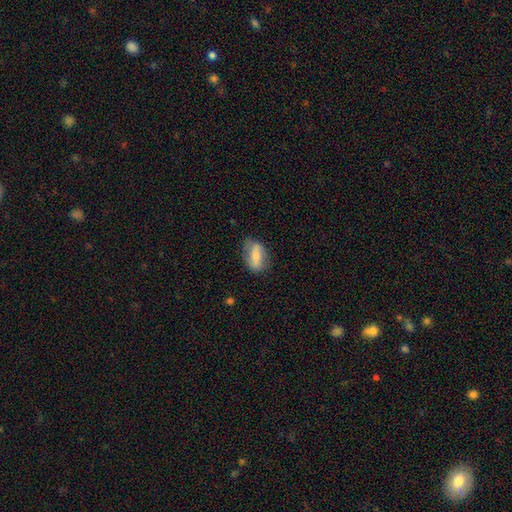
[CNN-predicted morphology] smooth-or-featured: smooth: 59% | featured or disk: 34% | star or artifact: 7%
  how-rounded: in between: 82% | cigar-shaped: 10% | round: 9%
  merging: none: 73% | minor disturbance: 20% | major disturbance: 6% | merger: 1%